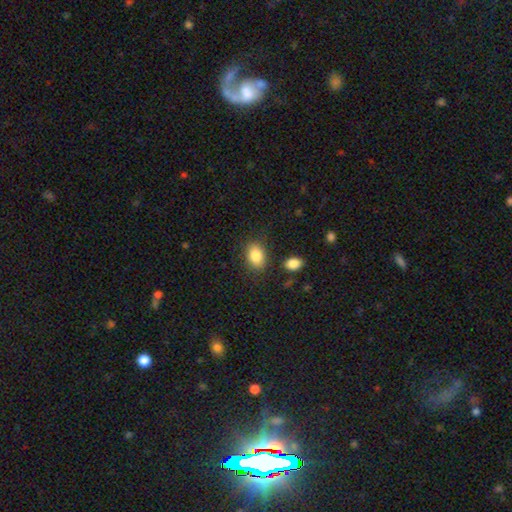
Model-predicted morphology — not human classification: A smooth galaxy with no disk features (86%) that is in between round and cigar-shaped (77%).

Vote fractions:
- Smooth or featured? smooth: 86% / star or artifact: 8% / featured or disk: 6%
- How rounded? in between: 77% / round: 22% / cigar-shaped: 1%
- Merging? none: 81% / minor disturbance: 12% / merger: 4% / major disturbance: 4%